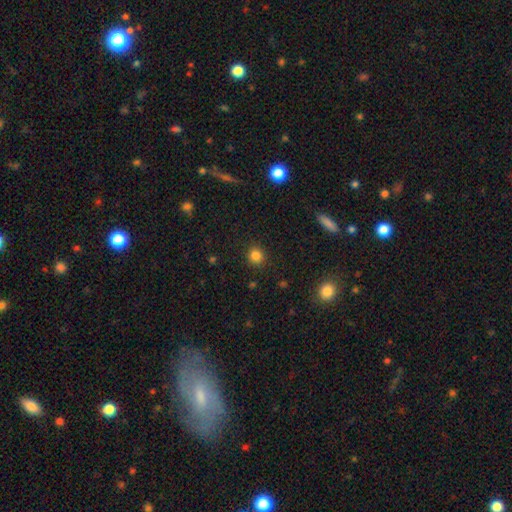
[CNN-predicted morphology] A smooth galaxy with no disk features (83%) that is round (89%).

Vote fractions:
- Smooth or featured? smooth: 83% / star or artifact: 13% / featured or disk: 4%
- How rounded? round: 89% / in between: 10% / cigar-shaped: 1%
- Merging? none: 89% / minor disturbance: 7% / major disturbance: 2% / merger: 1%